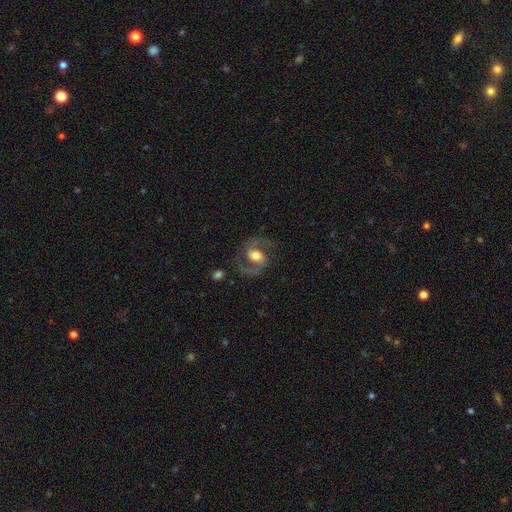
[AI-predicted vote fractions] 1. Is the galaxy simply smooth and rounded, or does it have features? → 84% featured or disk, 10% smooth, 6% star or artifact.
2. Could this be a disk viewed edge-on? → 97% no, 3% yes.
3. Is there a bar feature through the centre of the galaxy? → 43% weak, 35% no, 22% strong.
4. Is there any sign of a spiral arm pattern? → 95% yes, 5% no.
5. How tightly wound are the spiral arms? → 60% medium, 24% loose, 15% tight.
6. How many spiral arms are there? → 91% 2, 4% 1, 2% can't tell, 1% 3, 1% 4, 1% more than 4.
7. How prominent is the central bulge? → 62% moderate, 23% large, 12% small, 2% dominant, 2% none.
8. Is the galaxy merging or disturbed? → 74% none, 14% minor disturbance, 10% major disturbance, 2% merger.